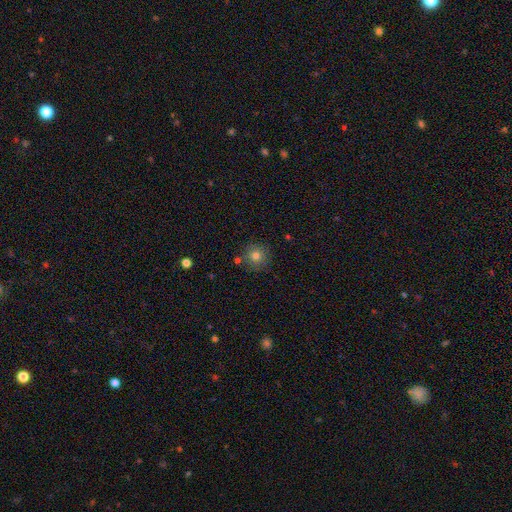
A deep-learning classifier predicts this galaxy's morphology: The model was most divided on "smooth or featured": smooth: 78%, star or artifact: 12%, featured or disk: 10%. More confident: how rounded — round (94%); merging — none (82%).